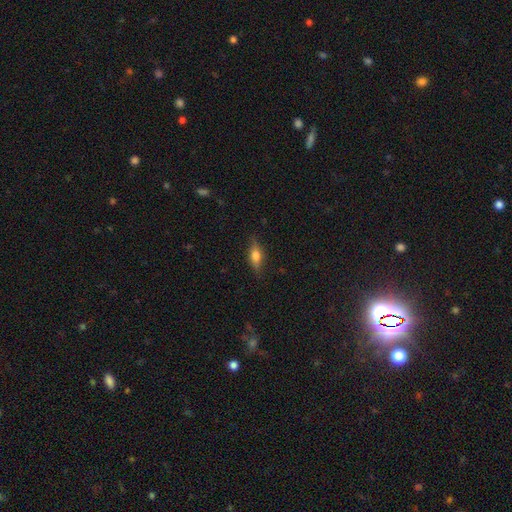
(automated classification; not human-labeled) smooth 64%, featured or disk 28%, star or artifact 8%. Down the decision tree: how rounded — in between (70%); merging — none (80%).